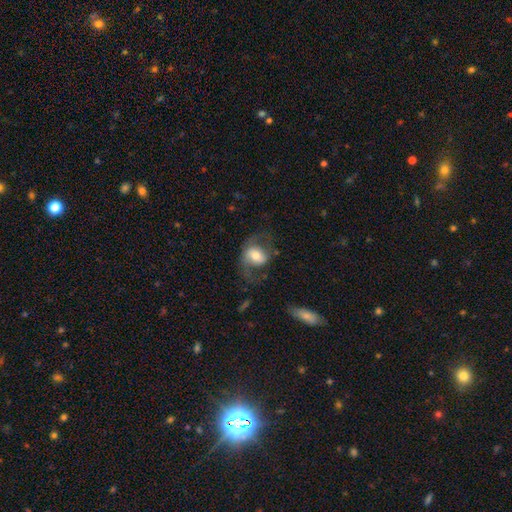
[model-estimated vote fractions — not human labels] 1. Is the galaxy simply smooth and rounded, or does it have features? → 50% featured or disk, 43% smooth, 7% star or artifact.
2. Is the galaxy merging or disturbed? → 48% none, 28% major disturbance, 21% minor disturbance, 2% merger.